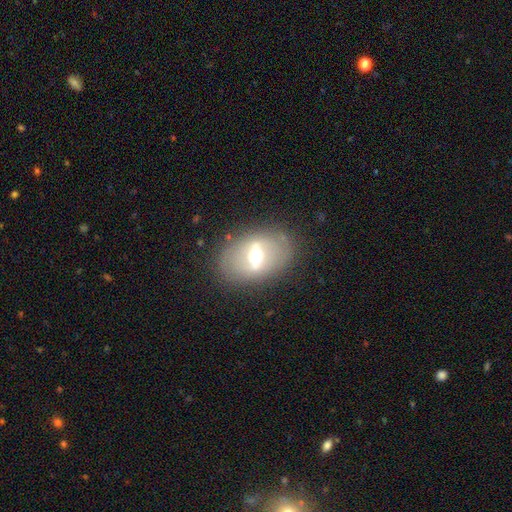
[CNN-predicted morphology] This is possibly a featured or disk galaxy (57%). It is clearly not viewed edge-on (86%). Merging: clearly none (82%).